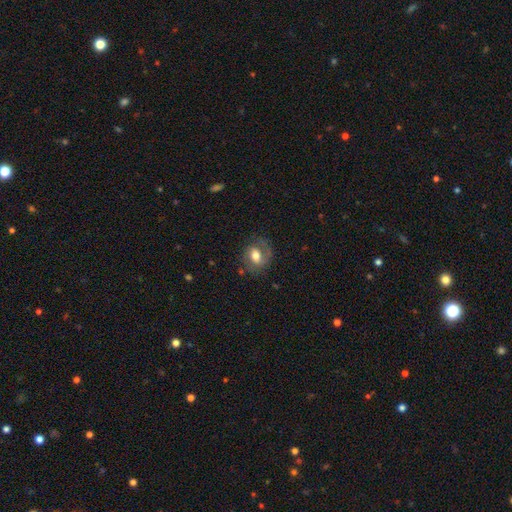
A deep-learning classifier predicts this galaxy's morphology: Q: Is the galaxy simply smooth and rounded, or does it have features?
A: smooth — 47%.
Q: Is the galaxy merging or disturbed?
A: none — 66%.